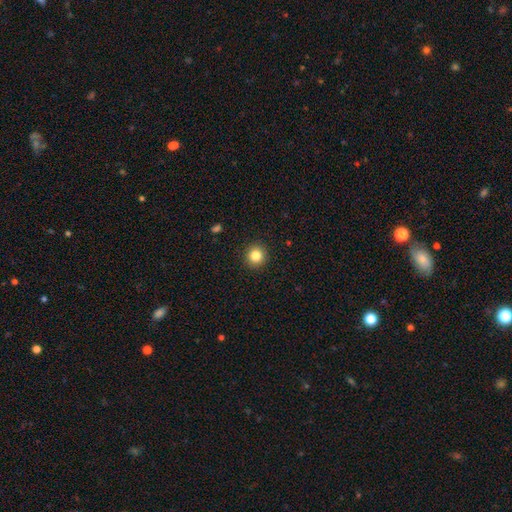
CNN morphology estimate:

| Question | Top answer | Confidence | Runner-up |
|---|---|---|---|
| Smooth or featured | smooth | 82% | star or artifact (12%) |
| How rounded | round | 93% | in between (6%) |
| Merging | none | 93% | minor disturbance (5%) |